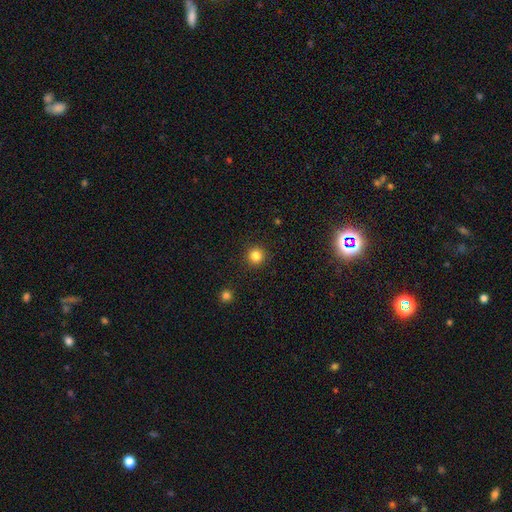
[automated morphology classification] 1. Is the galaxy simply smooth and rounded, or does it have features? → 83% smooth, 12% star or artifact, 5% featured or disk.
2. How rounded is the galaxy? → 95% round, 4% in between, 1% cigar-shaped.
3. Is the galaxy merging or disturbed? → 92% none, 5% minor disturbance, 2% major disturbance, 1% merger.